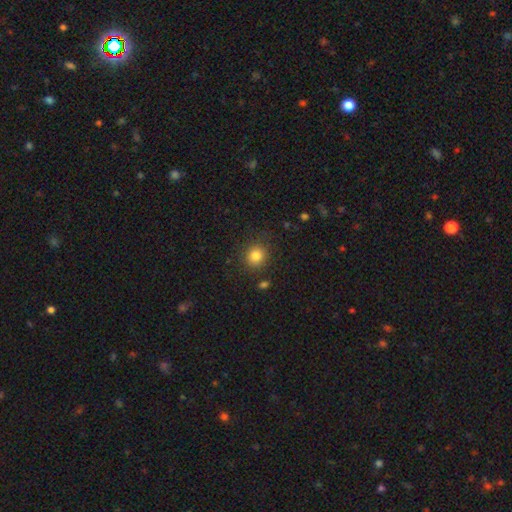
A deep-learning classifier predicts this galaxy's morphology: Q: Smooth or featured?
A: smooth (83%); runner-up: star or artifact (12%)
Q: How rounded?
A: round (86%); runner-up: in between (13%)
Q: Merging?
A: none (86%); runner-up: minor disturbance (9%)